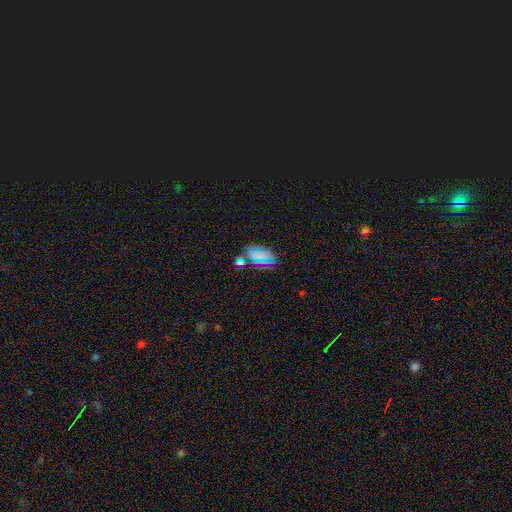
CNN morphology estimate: A star or artifact, not a galaxy (42%).